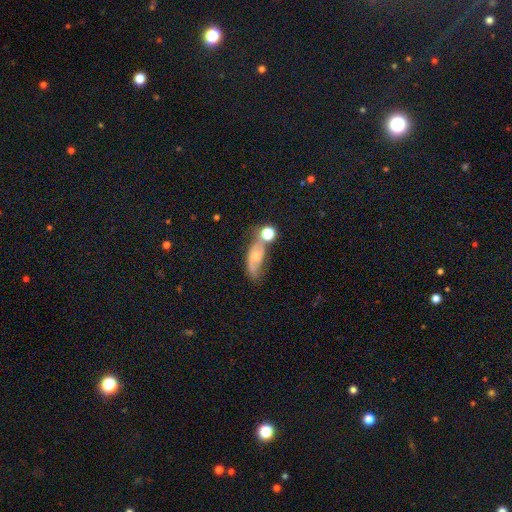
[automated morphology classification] This appears to be a featured or disk galaxy (49%). Merging: none (38%).